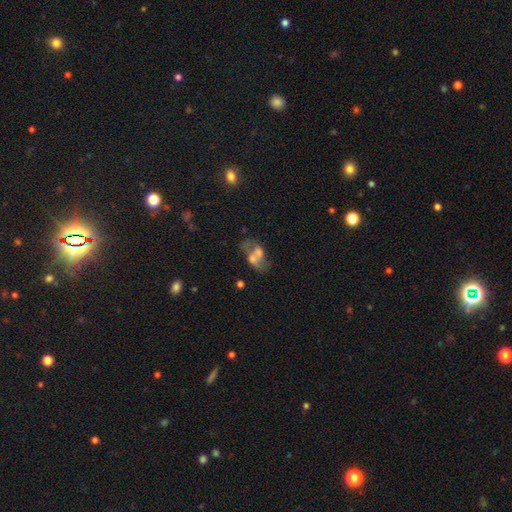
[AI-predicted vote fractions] Morphology: type=smooth (44%); merging=merger (58%).